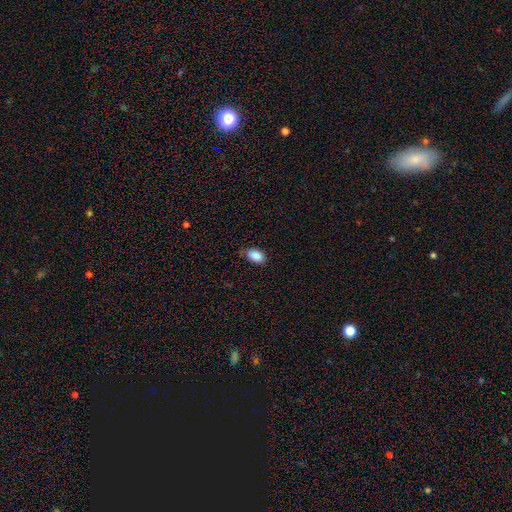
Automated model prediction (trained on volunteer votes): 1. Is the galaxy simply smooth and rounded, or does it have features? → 89% smooth, 8% star or artifact, 3% featured or disk.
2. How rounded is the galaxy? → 91% in between, 8% round, 2% cigar-shaped.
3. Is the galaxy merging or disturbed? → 78% none, 18% minor disturbance, 3% major disturbance, 1% merger.